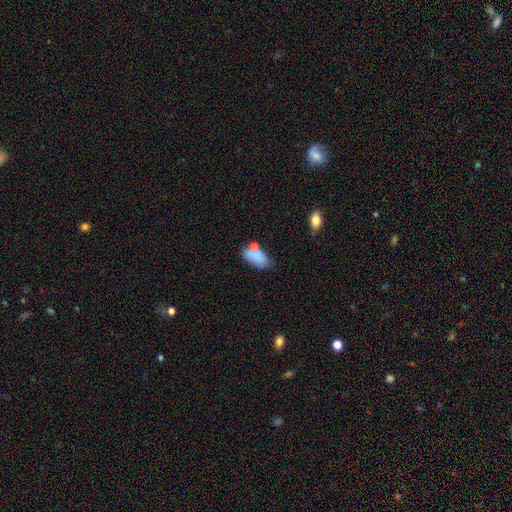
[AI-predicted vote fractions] smooth-or-featured: smooth: 78% | featured or disk: 13% | star or artifact: 9%
  how-rounded: in between: 90% | round: 6% | cigar-shaped: 4%
  merging: none: 47% | minor disturbance: 25% | merger: 18% | major disturbance: 10%